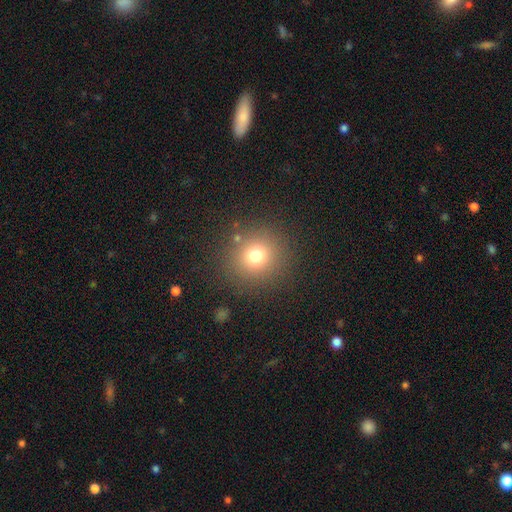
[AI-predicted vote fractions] A smooth galaxy with no disk features (75%) that is round (91%). Merging: none (86%).